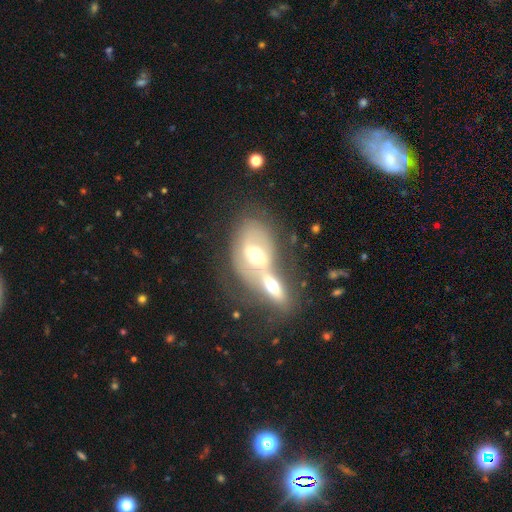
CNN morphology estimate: Smooth or featured: featured or disk — 57% (smooth — 36%)
Edge-on disk: no — 85% (yes — 15%)
Merging: merger — 62% (none — 21%)